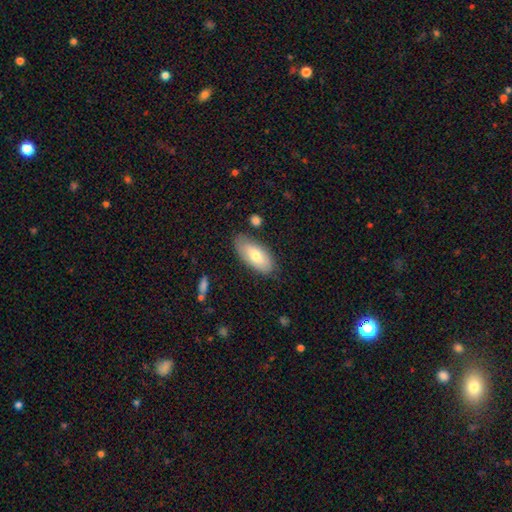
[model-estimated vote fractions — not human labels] Smooth or featured? Predicted: smooth (p=0.72). How rounded? Predicted: in between (p=0.90). Merging? Predicted: none (p=0.77).